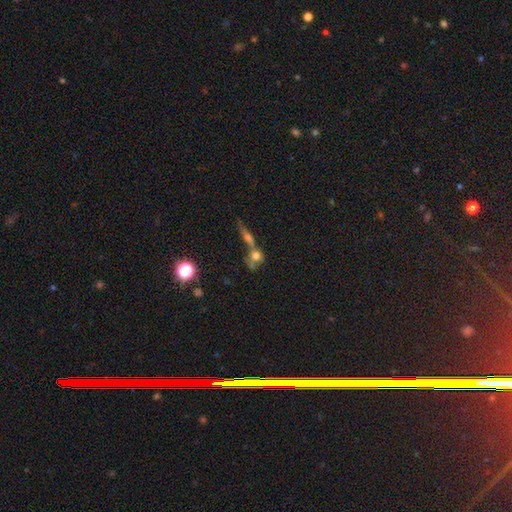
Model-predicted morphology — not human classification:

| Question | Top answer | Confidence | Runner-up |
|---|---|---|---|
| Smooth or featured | smooth | 58% | featured or disk (26%) |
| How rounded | round | 63% | in between (28%) |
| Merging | merger | 55% | none (28%) |